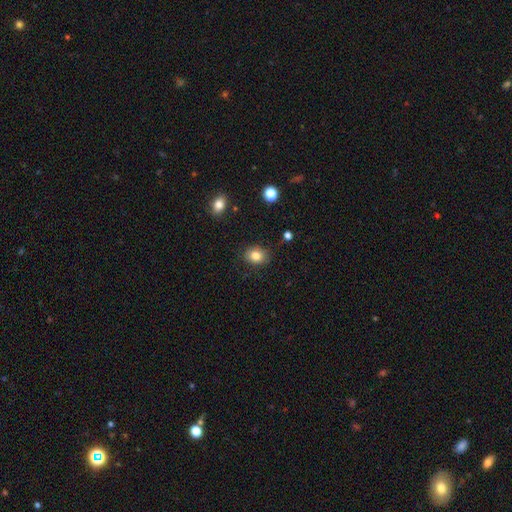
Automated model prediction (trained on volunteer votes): smooth 83%, star or artifact 10%, featured or disk 7%. Down the decision tree: how rounded — in between (56%); merging — none (84%).